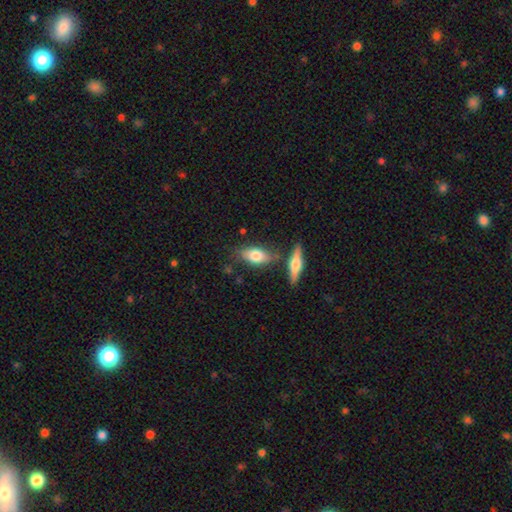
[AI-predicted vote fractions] This appears to be a smooth galaxy with no disk features (70%) that is in between round and cigar-shaped (83%). Merging: none (66%).